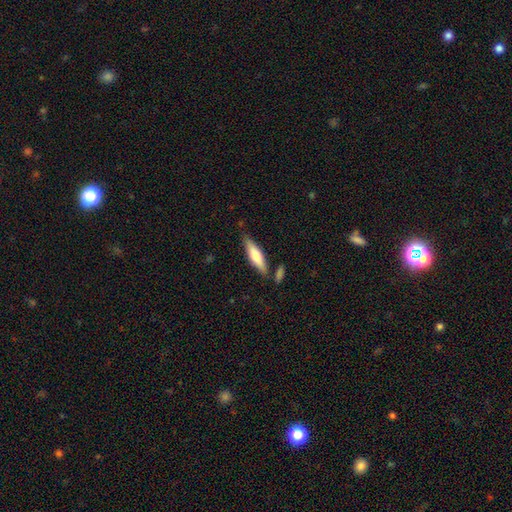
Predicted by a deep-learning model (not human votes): This is possibly a smooth galaxy (58%). How rounded: likely cigar-shaped (66%). Merging: likely none (79%).